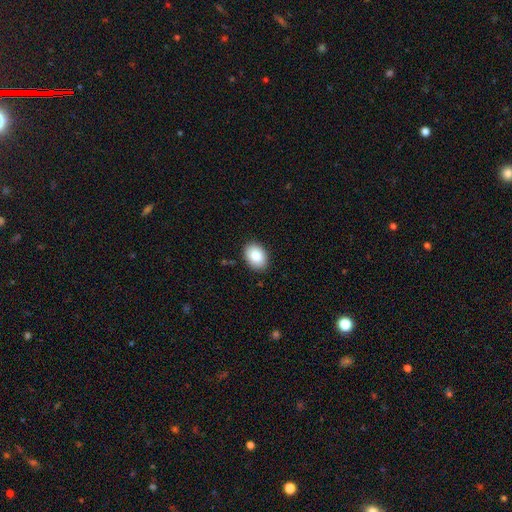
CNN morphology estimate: This is clearly a smooth galaxy (85%). How rounded: likely in between (77%). Merging: clearly none (89%).